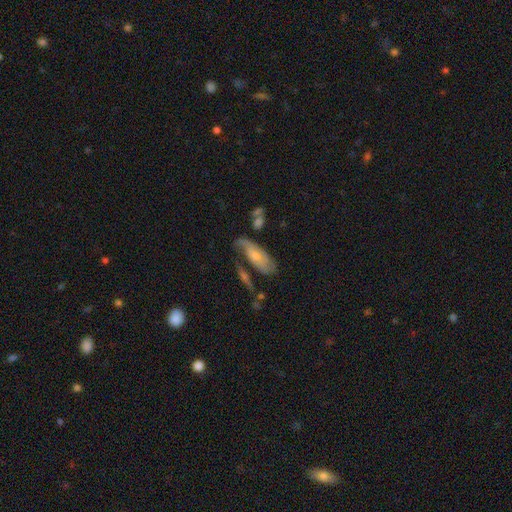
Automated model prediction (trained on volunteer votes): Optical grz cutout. It shows a featured or disk galaxy (57%). Merging: none (49%).